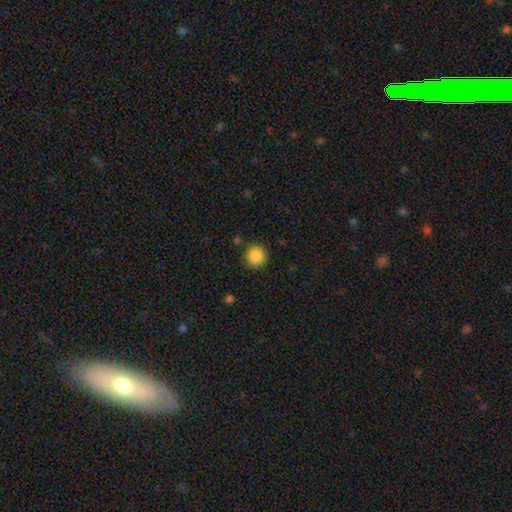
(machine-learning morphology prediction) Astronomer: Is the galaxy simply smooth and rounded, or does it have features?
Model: smooth — 86%.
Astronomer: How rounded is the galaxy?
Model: round — 94%.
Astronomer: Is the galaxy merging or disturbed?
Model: none — 89%.